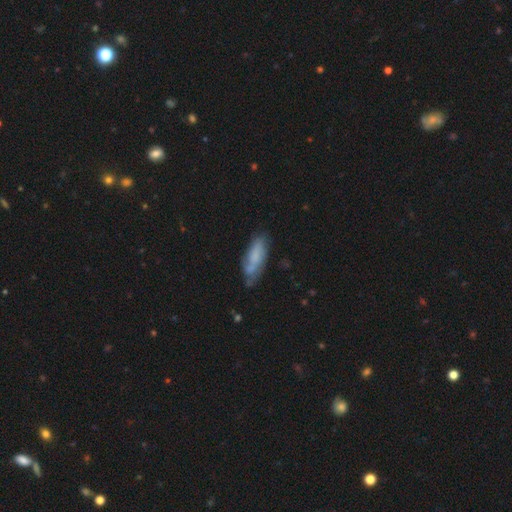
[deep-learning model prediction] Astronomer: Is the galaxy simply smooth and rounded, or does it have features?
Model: smooth — 61%.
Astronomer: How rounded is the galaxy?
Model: in between — 62%.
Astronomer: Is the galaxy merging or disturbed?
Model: none — 52% (runner-up: minor disturbance, 30%).